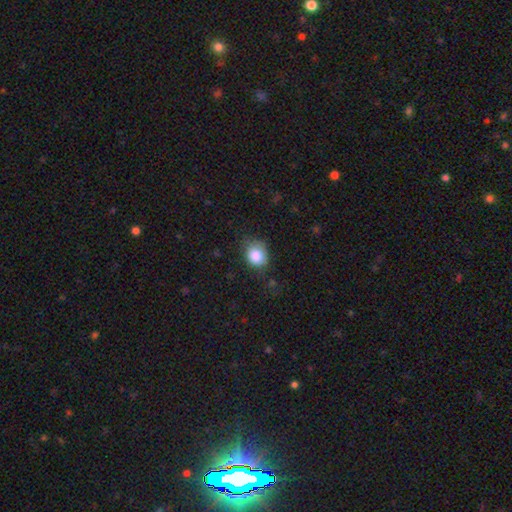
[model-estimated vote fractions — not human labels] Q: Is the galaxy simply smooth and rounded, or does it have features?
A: smooth — 85%.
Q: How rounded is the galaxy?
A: round — 60%.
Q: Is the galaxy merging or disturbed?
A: none — 62%.